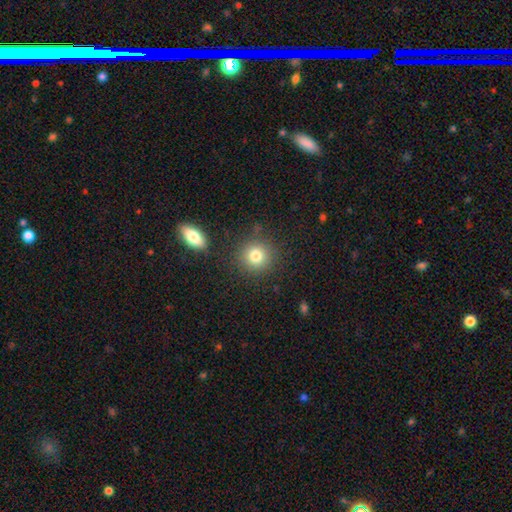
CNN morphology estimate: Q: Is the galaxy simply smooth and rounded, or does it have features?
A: smooth — 81%.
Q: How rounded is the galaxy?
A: round — 90%.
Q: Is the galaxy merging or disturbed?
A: none — 84%.